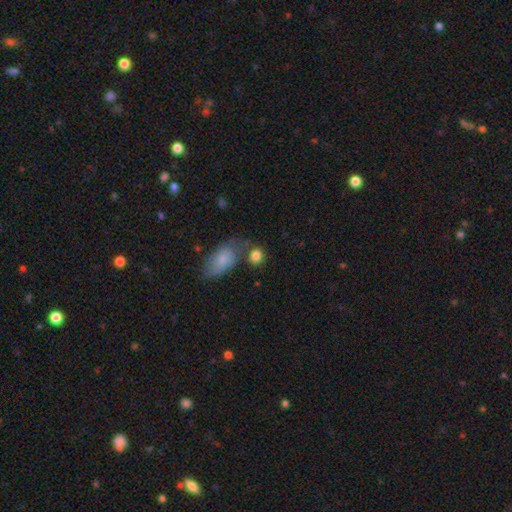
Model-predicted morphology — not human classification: The model was most divided on "merging": none: 59%, merger: 21%, minor disturbance: 14%, major disturbance: 6%. More confident: smooth or featured — smooth (83%); how rounded — round (68%).